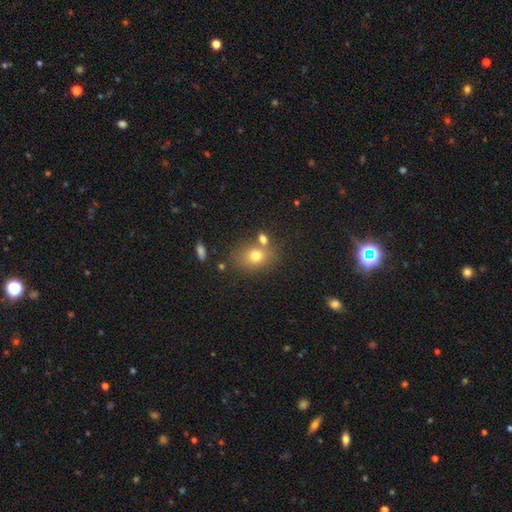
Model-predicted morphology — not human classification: The model was most divided on "how rounded": in between: 52%, round: 47%, cigar-shaped: 1%. More confident: smooth or featured — smooth (75%); merging — none (63%).